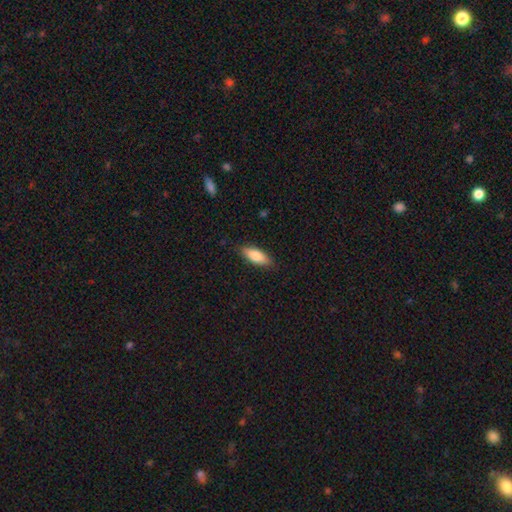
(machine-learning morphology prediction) Smooth or featured? Predicted: smooth (p=0.81). How rounded? Predicted: in between (p=0.69). Merging? Predicted: none (p=0.85).